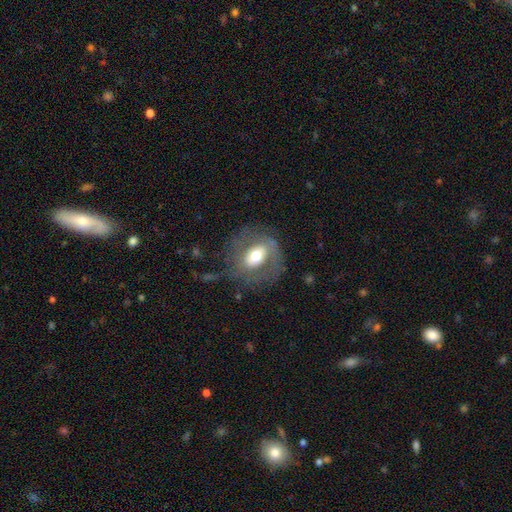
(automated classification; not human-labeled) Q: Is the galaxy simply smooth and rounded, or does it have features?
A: featured or disk — 62%.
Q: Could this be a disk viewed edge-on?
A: no — 94%.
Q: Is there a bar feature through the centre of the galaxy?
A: weak — 40%.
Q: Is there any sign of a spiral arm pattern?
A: yes — 63%.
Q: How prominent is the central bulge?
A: moderate — 69%.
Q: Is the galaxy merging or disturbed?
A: none — 65%.